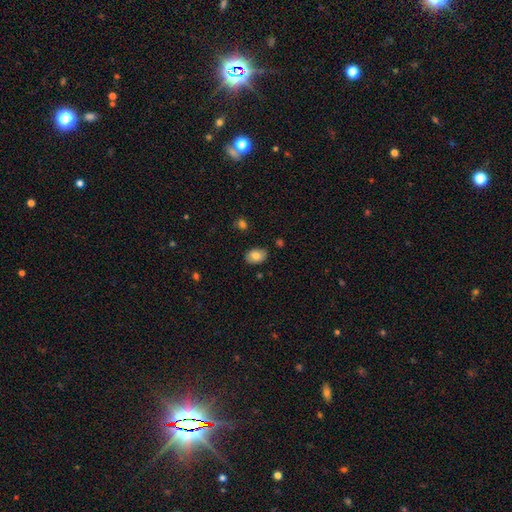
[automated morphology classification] Smooth or featured? smooth (80%)
How rounded? in between (83%)
Merging? none (84%)